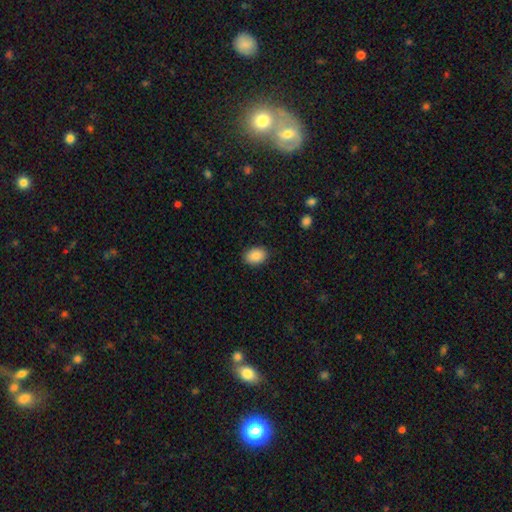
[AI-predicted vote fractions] smooth_or_featured: smooth (p=0.88) [alt: star or artifact p=0.08]
how_rounded: in between (p=0.80) [alt: round p=0.19]
merging: none (p=0.87) [alt: minor disturbance p=0.09]